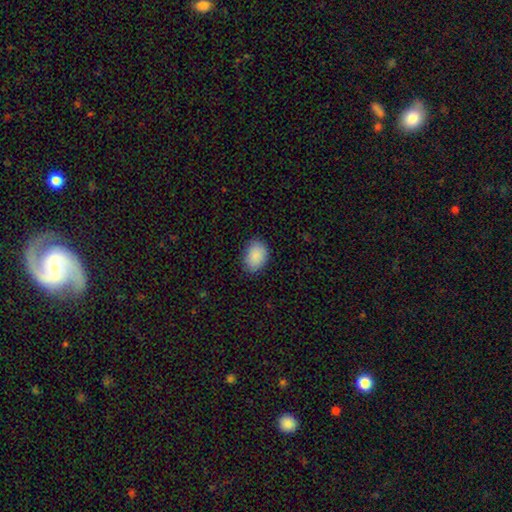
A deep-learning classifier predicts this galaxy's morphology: A smooth galaxy with no disk features (89%) that is in between round and cigar-shaped (81%).

Vote fractions:
- Smooth or featured? smooth: 89% / star or artifact: 7% / featured or disk: 4%
- How rounded? in between: 81% / round: 18% / cigar-shaped: 1%
- Merging? none: 83% / minor disturbance: 13% / major disturbance: 3% / merger: 1%